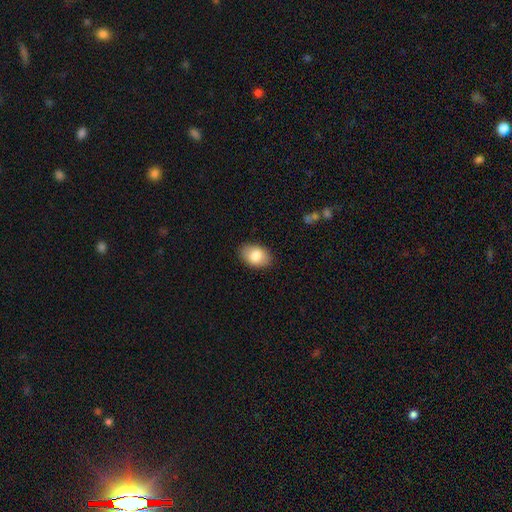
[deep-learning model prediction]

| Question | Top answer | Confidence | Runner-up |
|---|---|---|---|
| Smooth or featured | smooth | 83% | featured or disk (10%) |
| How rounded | in between | 86% | round (13%) |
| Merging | none | 87% | minor disturbance (10%) |